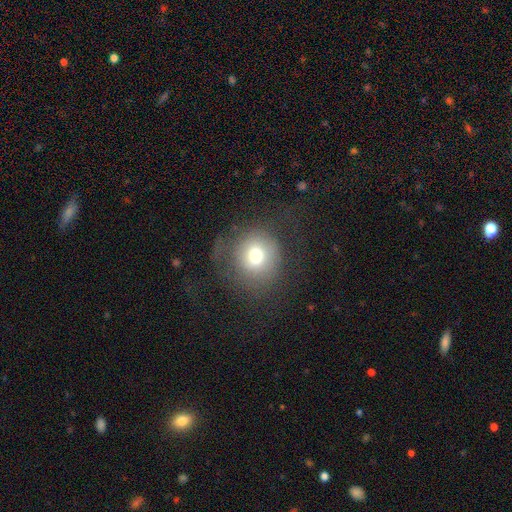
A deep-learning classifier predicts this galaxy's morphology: Smooth or featured? Predicted: smooth (p=0.70). How rounded? Predicted: round (p=0.86). Merging? Predicted: none (p=0.59).